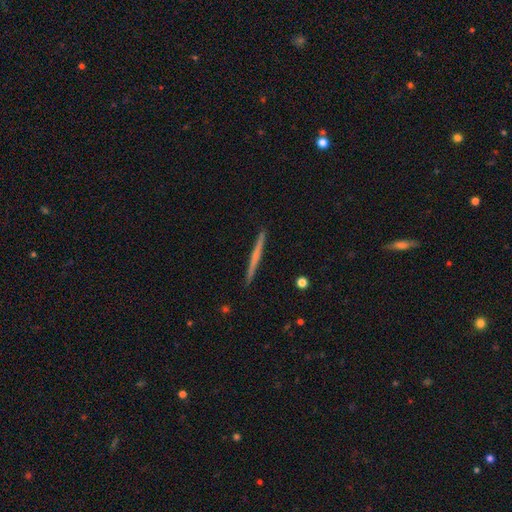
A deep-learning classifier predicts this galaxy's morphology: A featured or disk galaxy (53%) viewed edge-on (98%) with no central bulge (82%). Merging: none (93%).